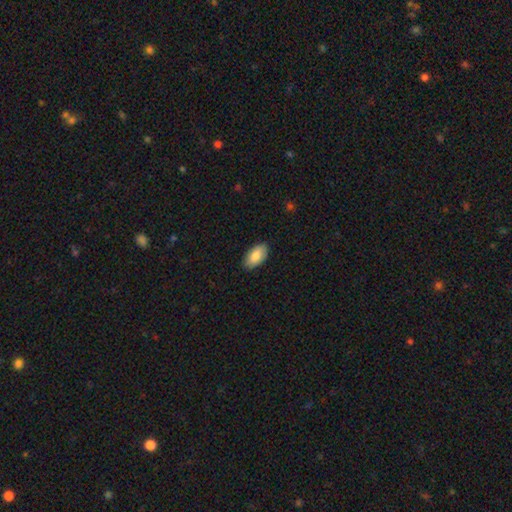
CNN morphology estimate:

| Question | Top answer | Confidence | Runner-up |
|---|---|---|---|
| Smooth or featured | smooth | 84% | featured or disk (10%) |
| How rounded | in between | 94% | cigar-shaped (3%) |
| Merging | none | 87% | minor disturbance (10%) |